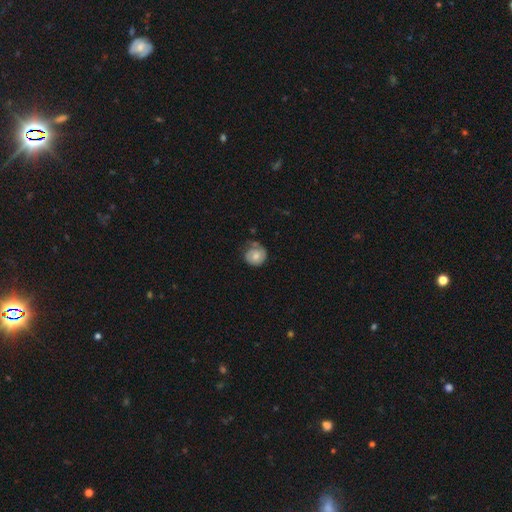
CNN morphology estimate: Overall: smooth (52%; featured or disk 41%). How rounded: round (84%). Merging: none (55%; minor disturbance 28%).